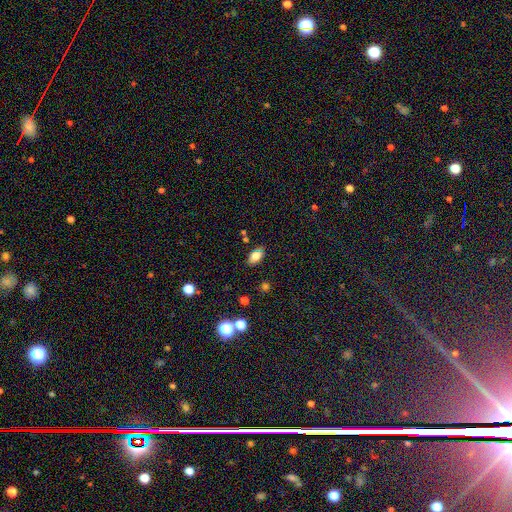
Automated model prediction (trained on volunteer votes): A smooth galaxy with no disk features (78%) that is in between round and cigar-shaped (90%). Merging: none (82%).